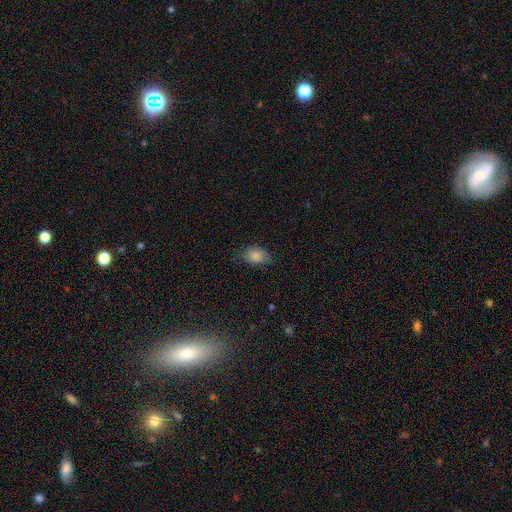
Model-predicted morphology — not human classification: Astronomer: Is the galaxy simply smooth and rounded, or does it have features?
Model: smooth — 85%.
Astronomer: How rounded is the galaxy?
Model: in between — 81%.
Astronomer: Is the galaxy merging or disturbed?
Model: none — 73%.